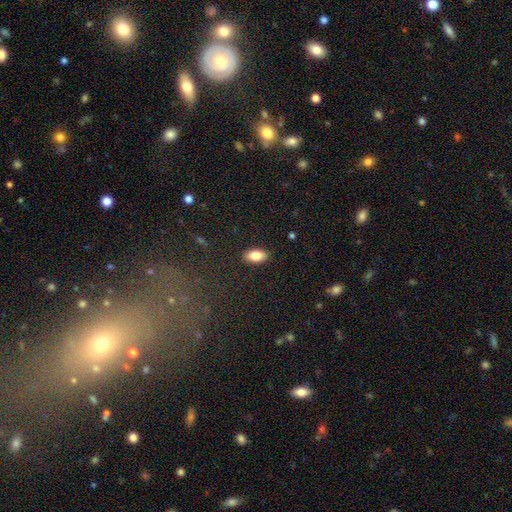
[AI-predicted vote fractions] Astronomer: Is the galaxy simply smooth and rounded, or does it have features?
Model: smooth — 81%.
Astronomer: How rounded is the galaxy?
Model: in between — 92%.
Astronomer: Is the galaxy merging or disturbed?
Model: none — 89%.